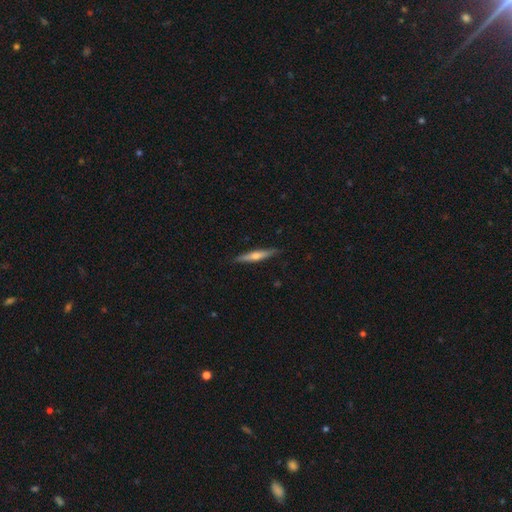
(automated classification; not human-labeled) Smooth or featured? featured or disk (56%)
Edge-on disk? yes (95%)
Edge-on bulge? rounded (85%)
Merging? none (88%)